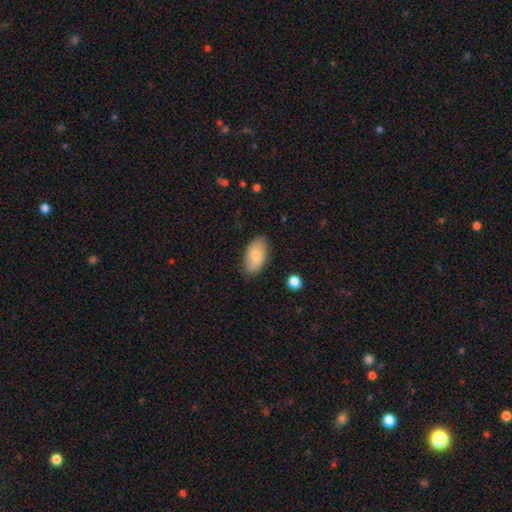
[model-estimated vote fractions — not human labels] The model was most divided on "smooth or featured": smooth: 80%, featured or disk: 14%, star or artifact: 6%. More confident: how rounded — in between (95%); merging — none (83%).